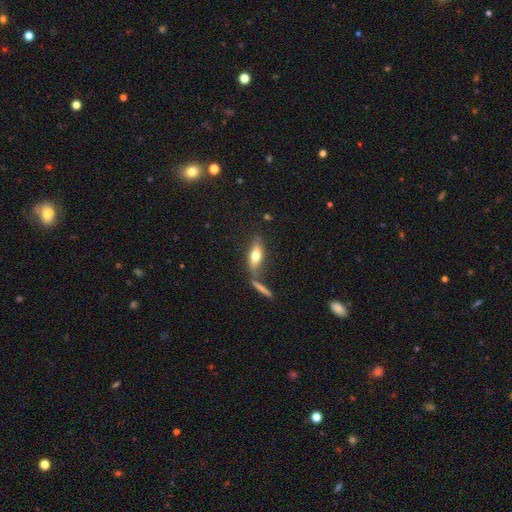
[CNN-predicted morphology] type=smooth (63%); roundness=in between (60%); merging=none (59%).